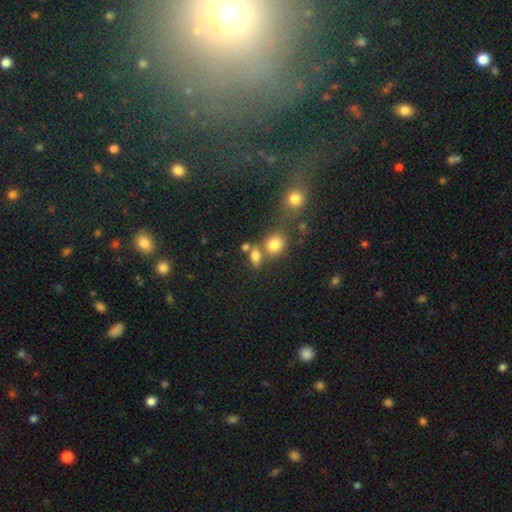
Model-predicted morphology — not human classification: Q: Smooth or featured?
A: smooth (76%); runner-up: star or artifact (14%)
Q: How rounded?
A: in between (68%); runner-up: round (28%)
Q: Merging?
A: none (53%); runner-up: merger (30%)